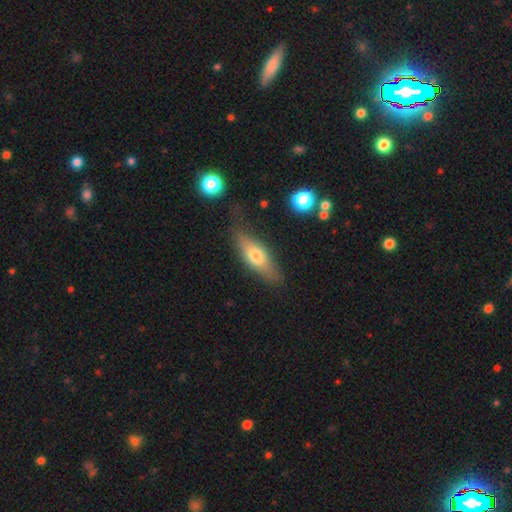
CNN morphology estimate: smooth_or_featured: smooth (p=0.63) [alt: featured or disk p=0.30]
how_rounded: in between (p=0.61) [alt: cigar-shaped p=0.35]
merging: none (p=0.70) [alt: minor disturbance p=0.20]